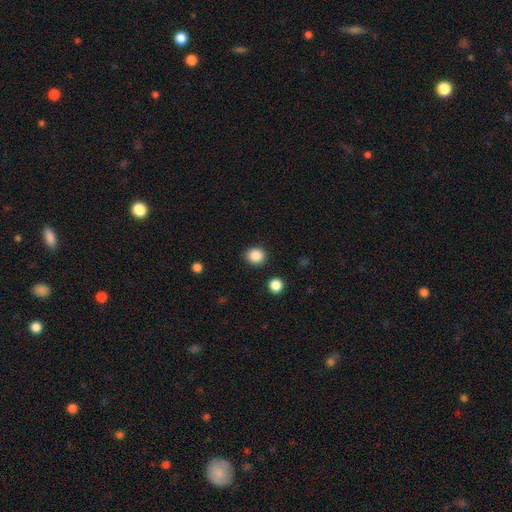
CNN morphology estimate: smooth 87%, star or artifact 10%, featured or disk 3%. Down the decision tree: how rounded — round (81%); merging — none (89%).